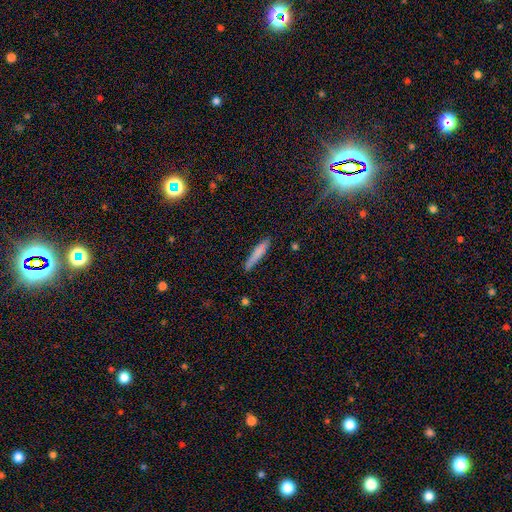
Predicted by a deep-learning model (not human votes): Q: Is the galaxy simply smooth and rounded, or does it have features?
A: smooth — 75%.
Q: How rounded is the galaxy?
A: cigar-shaped — 90%.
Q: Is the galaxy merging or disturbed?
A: none — 79%.